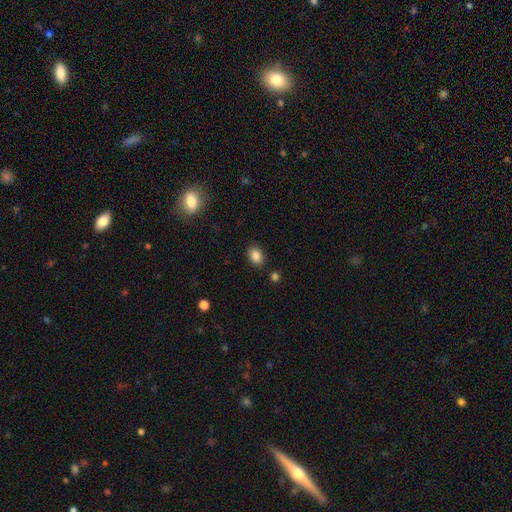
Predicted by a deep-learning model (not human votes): Smooth or featured: smooth — 86% (star or artifact — 9%)
How rounded: in between — 75% (round — 24%)
Merging: none — 85% (minor disturbance — 10%)